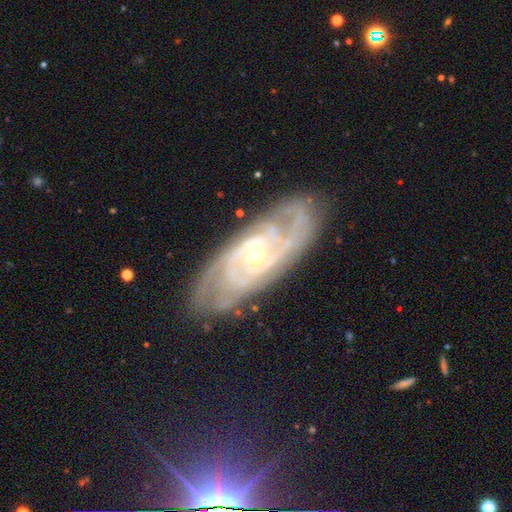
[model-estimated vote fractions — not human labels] Morphology: type=featured or disk (89%); edge-on=no (94%); bar=no (58%); spiral arms=yes (98%); winding=tight (68%); arm count=2 (31%); bulge=small (71%); merging=none (79%).